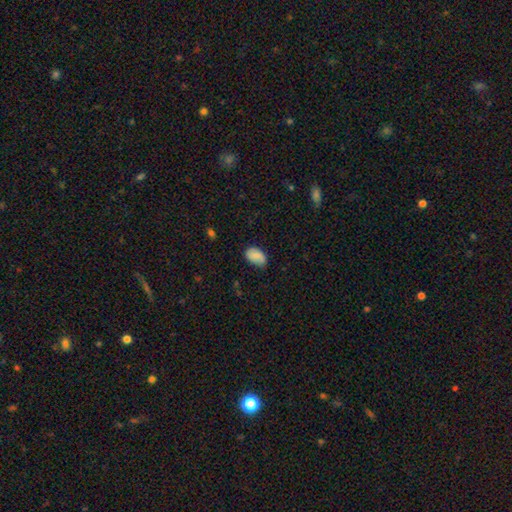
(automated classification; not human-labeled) Overall: smooth (79%). How rounded: in between (90%). Merging: none (67%).